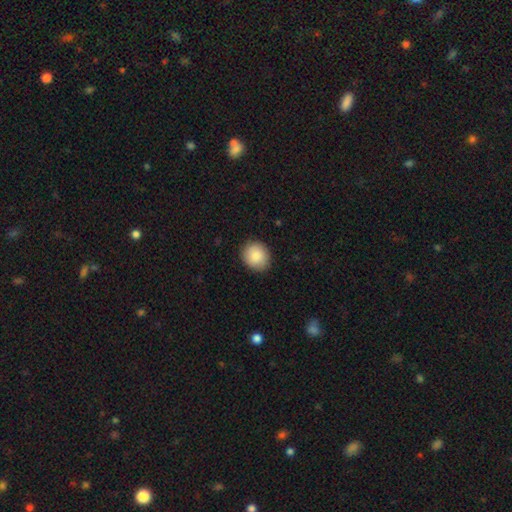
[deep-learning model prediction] Smooth or featured: smooth — 85% (star or artifact — 8%)
How rounded: round — 81% (in between — 18%)
Merging: none — 89% (minor disturbance — 8%)